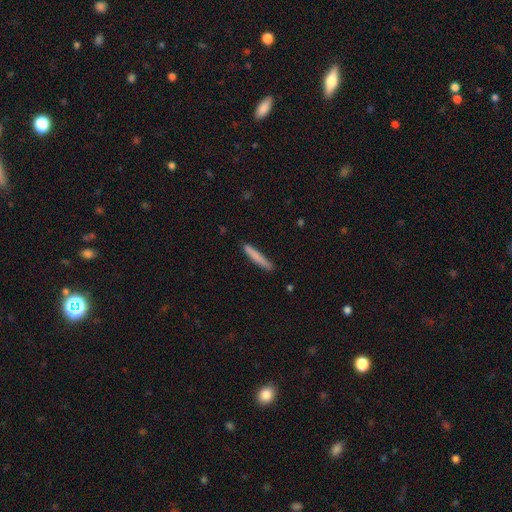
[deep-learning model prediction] smooth-or-featured: smooth: 79% | featured or disk: 15% | star or artifact: 6%
  how-rounded: cigar-shaped: 95% | in between: 4% | round: 1%
  merging: none: 86% | minor disturbance: 11% | major disturbance: 2% | merger: 2%